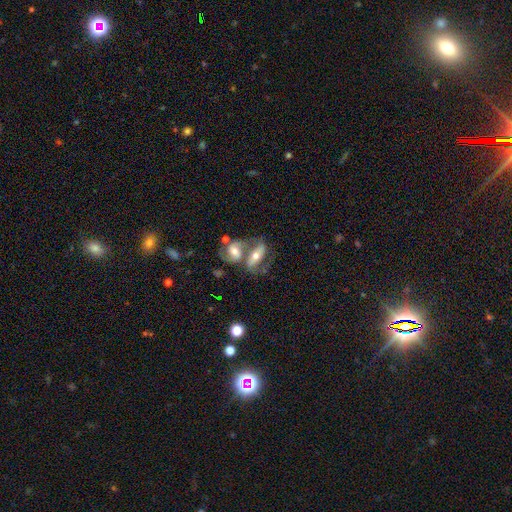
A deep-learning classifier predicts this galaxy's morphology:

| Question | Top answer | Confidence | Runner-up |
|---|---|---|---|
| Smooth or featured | featured or disk | 68% | smooth (25%) |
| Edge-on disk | no | 87% | yes (13%) |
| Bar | strong | 36% | no (35%) |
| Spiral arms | yes | 83% | no (17%) |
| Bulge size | moderate | 65% | small (22%) |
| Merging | merger | 58% | none (26%) |